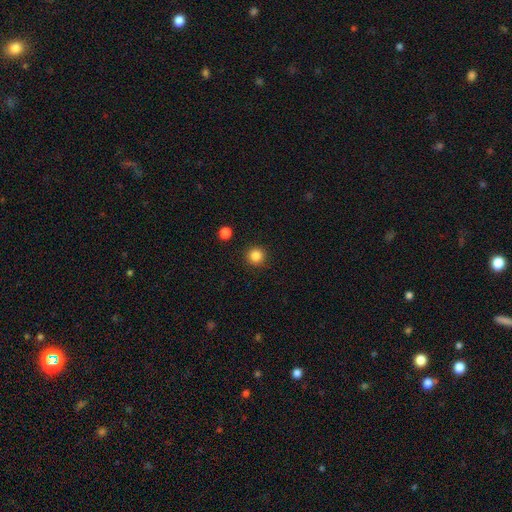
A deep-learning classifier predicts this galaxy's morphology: Smooth or featured?
  - smooth: 85% *
  - star or artifact: 11%
  - featured or disk: 4%
How rounded?
  - round: 95% *
  - in between: 4%
  - cigar-shaped: 1%
Merging?
  - none: 92% *
  - minor disturbance: 5%
  - major disturbance: 2%
  - merger: 2%